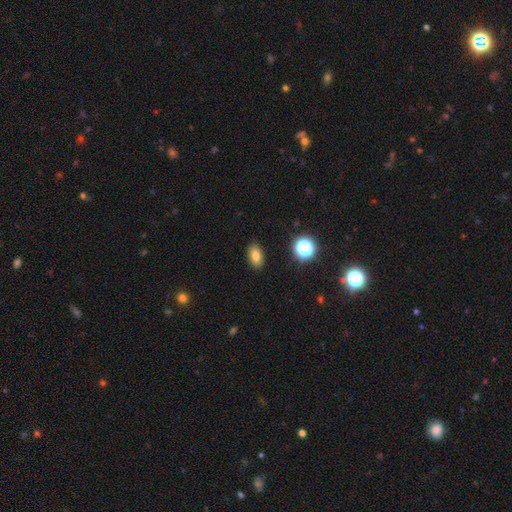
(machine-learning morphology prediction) Q: Smooth or featured?
A: smooth (77%); runner-up: star or artifact (12%)
Q: How rounded?
A: in between (88%); runner-up: round (9%)
Q: Merging?
A: none (87%); runner-up: minor disturbance (9%)